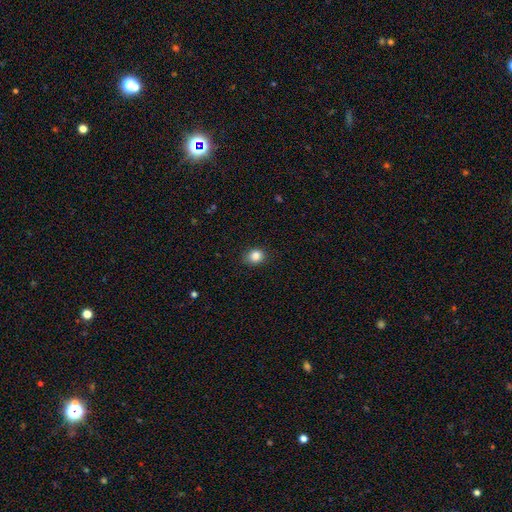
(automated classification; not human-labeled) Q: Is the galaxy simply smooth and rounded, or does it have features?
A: smooth — 85%.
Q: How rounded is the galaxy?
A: round — 67%.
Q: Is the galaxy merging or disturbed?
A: none — 86%.